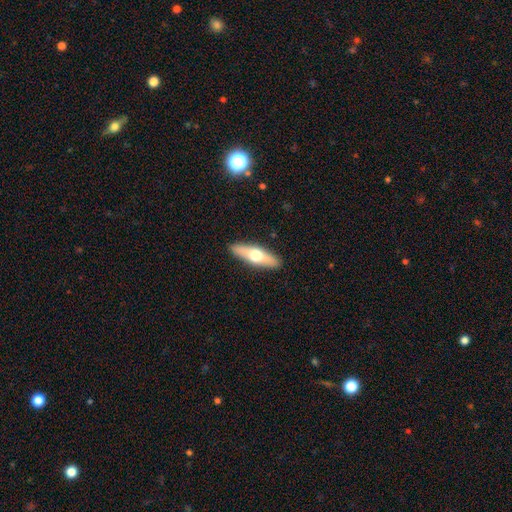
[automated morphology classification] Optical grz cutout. It shows a smooth galaxy with no disk features (51%) that is cigar-shaped (60%). Merging: none (90%).